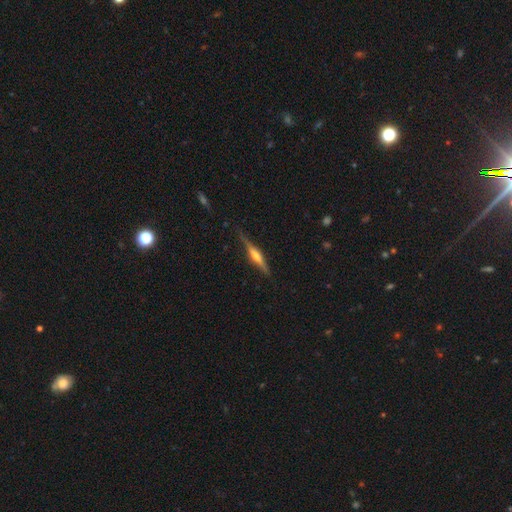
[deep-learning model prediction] This appears to be a featured or disk galaxy (69%) viewed edge-on (97%) with a rounded central bulge (75%). Merging: none (82%).